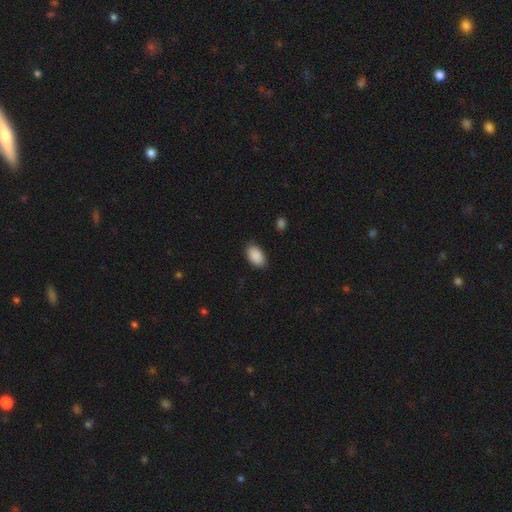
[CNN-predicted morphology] smooth-or-featured: smooth: 90% | star or artifact: 7% | featured or disk: 3%
  how-rounded: in between: 92% | round: 7% | cigar-shaped: 1%
  merging: none: 84% | minor disturbance: 12% | major disturbance: 3% | merger: 1%